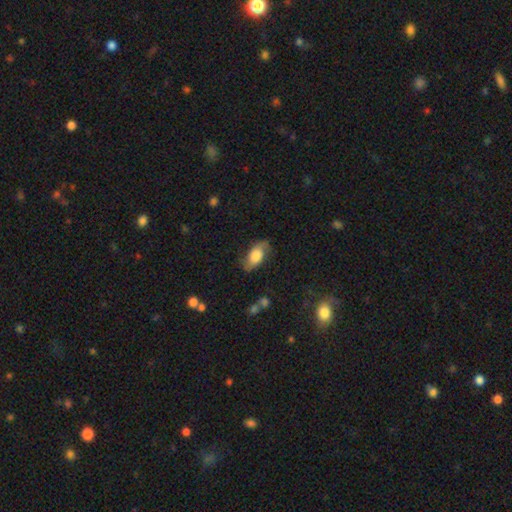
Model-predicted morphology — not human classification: Overall: smooth (47%; featured or disk 45%). Merging: none (67%).